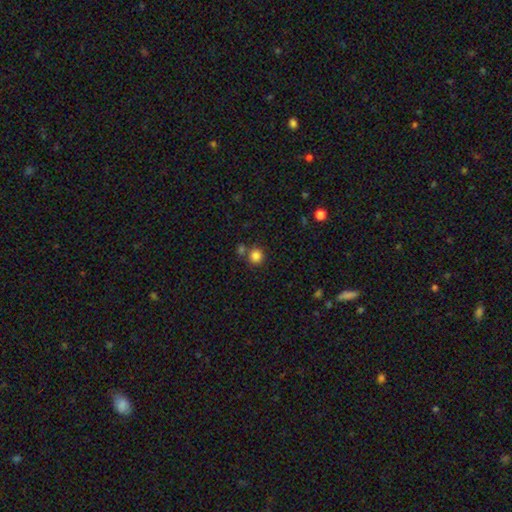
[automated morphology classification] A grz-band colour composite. It shows a smooth galaxy with no disk features (84%) that is round (92%). Merging: none (74%).